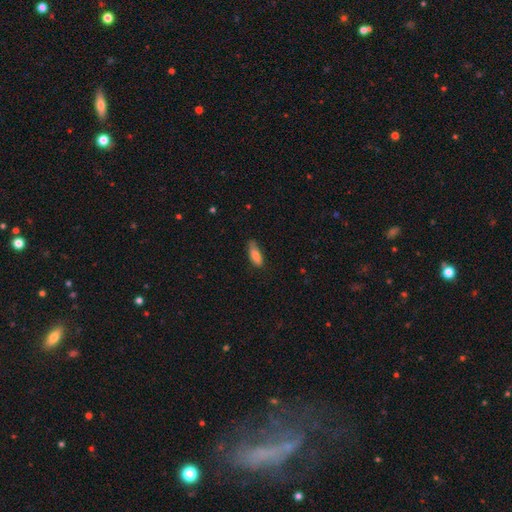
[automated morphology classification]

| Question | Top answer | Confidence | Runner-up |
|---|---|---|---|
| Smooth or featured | smooth | 83% | featured or disk (10%) |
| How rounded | in between | 70% | cigar-shaped (28%) |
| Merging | none | 61% | minor disturbance (31%) |